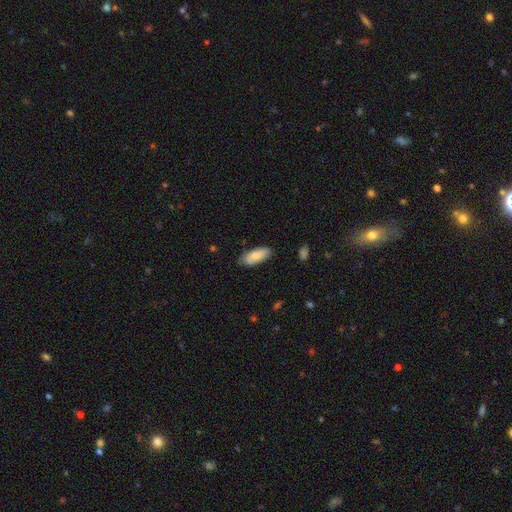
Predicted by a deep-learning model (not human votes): This is clearly a smooth galaxy (83%). How rounded: likely in between (79%). Merging: likely none (79%).